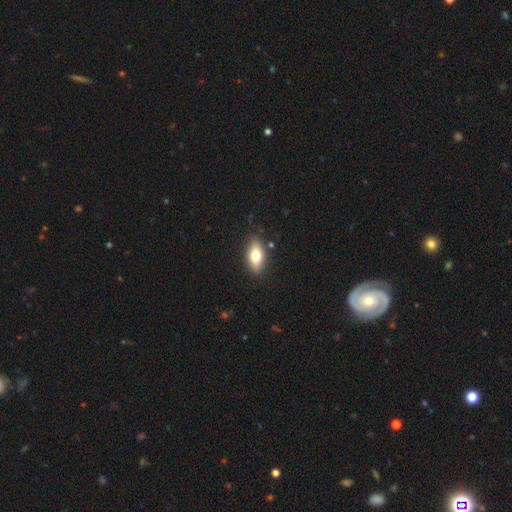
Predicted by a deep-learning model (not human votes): This is likely a smooth galaxy (72%). How rounded: clearly in between (85%). Merging: clearly none (85%).